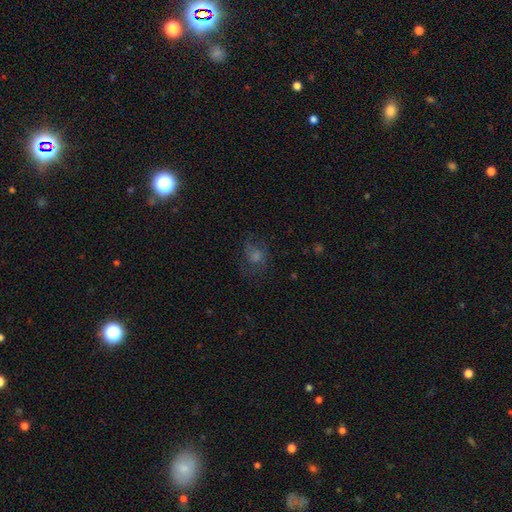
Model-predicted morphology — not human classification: Smooth or featured? Predicted: smooth (p=0.36, tied with featured or disk). Merging? Predicted: none (p=0.63).